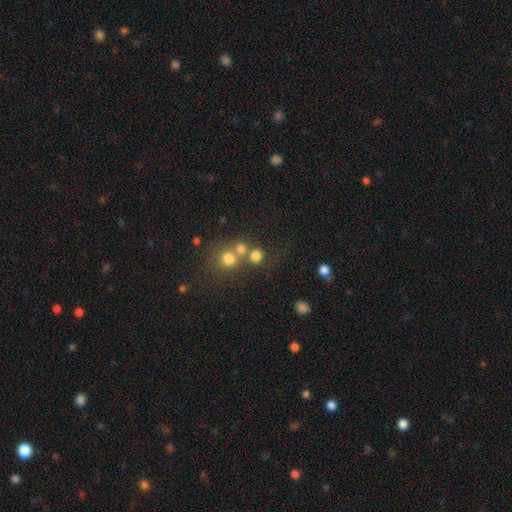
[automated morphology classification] Overall: smooth (74%). How rounded: round (85%). Merging: none (52%; merger 35%).